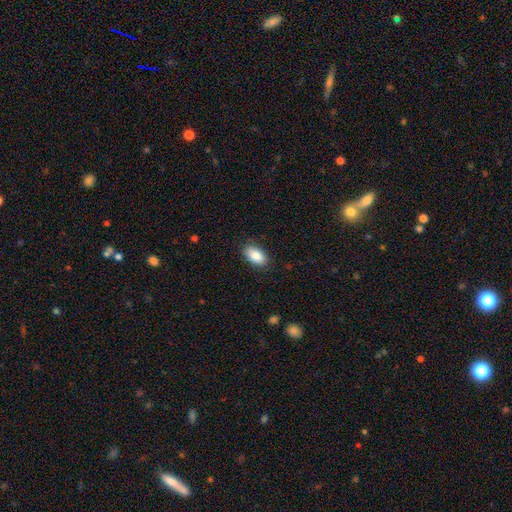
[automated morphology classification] The model was most divided on "merging": none: 87%, minor disturbance: 10%, major disturbance: 2%, merger: 1%. More confident: how rounded — in between (93%); smooth or featured — smooth (87%).